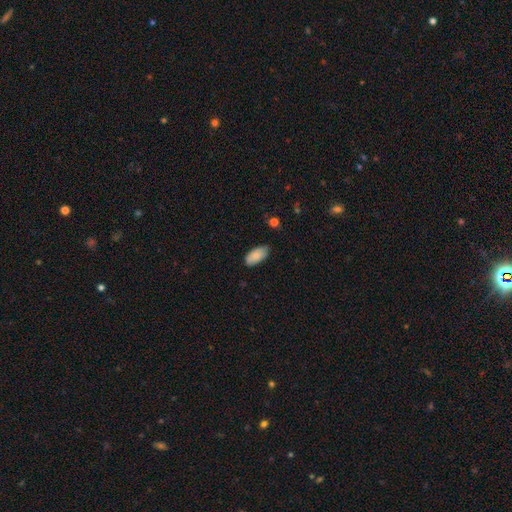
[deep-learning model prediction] smooth 86%, featured or disk 8%, star or artifact 7%. Down the decision tree: how rounded — in between (93%); merging — none (75%).